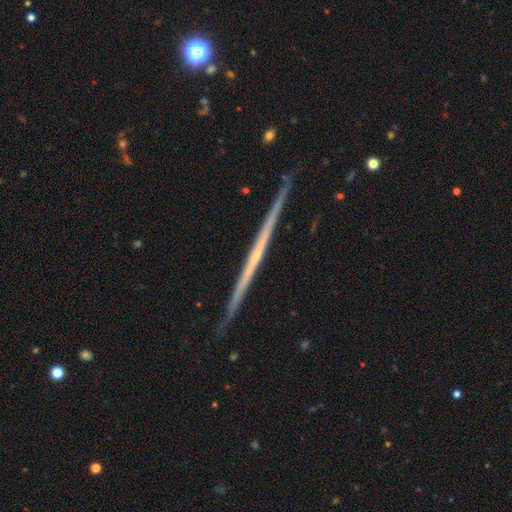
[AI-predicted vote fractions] Smooth or featured? Predicted: featured or disk (p=0.79). Edge-on disk? Predicted: yes (p=0.98). Edge-on bulge? Predicted: none (p=0.73). Merging? Predicted: none (p=0.91).